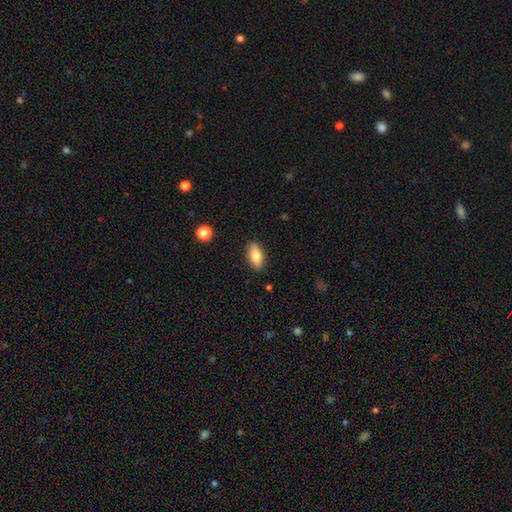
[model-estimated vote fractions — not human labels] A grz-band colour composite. It shows a smooth galaxy with no disk features (75%) that is in between round and cigar-shaped (83%). Merging: none (87%).